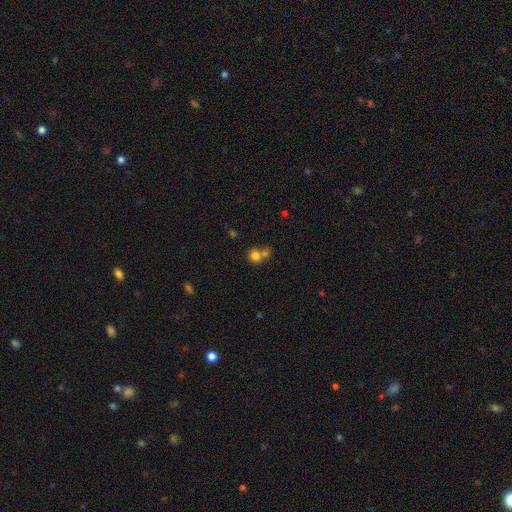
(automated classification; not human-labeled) This appears to be a smooth galaxy with no disk features (78%) that is round (82%). Merging: merger (46%).